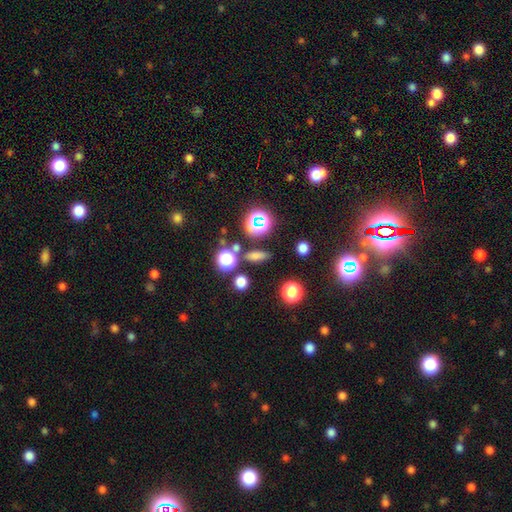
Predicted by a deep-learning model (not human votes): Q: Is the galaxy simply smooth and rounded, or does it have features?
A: smooth — 64%.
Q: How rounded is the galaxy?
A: in between — 50%.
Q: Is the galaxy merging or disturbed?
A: none — 78%.